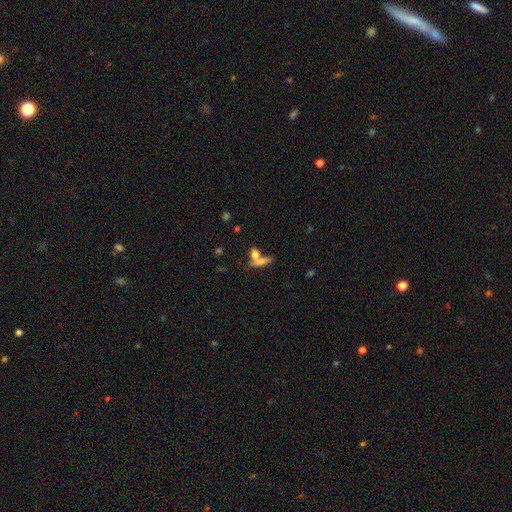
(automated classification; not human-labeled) A smooth galaxy with no disk features (64%) that is in between round and cigar-shaped (51%). Merging: merger (45%).